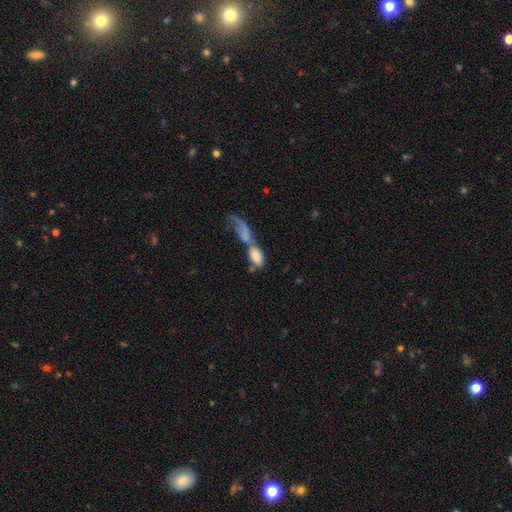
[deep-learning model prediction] A smooth galaxy with no disk features (77%) that is in between round and cigar-shaped (88%).

Vote fractions:
- Smooth or featured? smooth: 77% / featured or disk: 16% / star or artifact: 7%
- How rounded? in between: 88% / cigar-shaped: 8% / round: 4%
- Merging? merger: 71% / none: 14% / major disturbance: 9% / minor disturbance: 6%